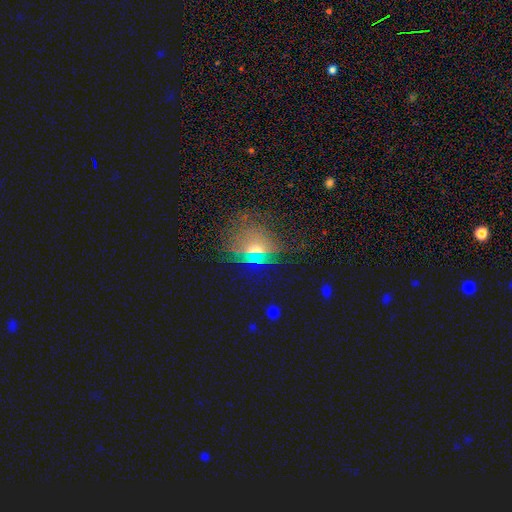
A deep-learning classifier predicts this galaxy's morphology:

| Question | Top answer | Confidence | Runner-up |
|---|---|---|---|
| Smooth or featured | star or artifact | 44% | smooth (39%) |